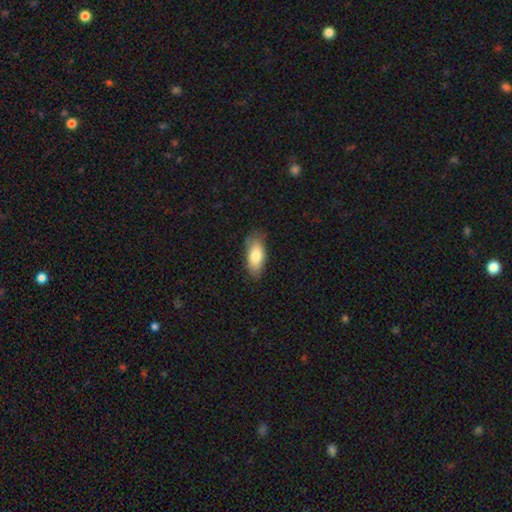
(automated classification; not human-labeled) Smooth or featured? Predicted: smooth (p=0.80). How rounded? Predicted: in between (p=0.86). Merging? Predicted: none (p=0.76).